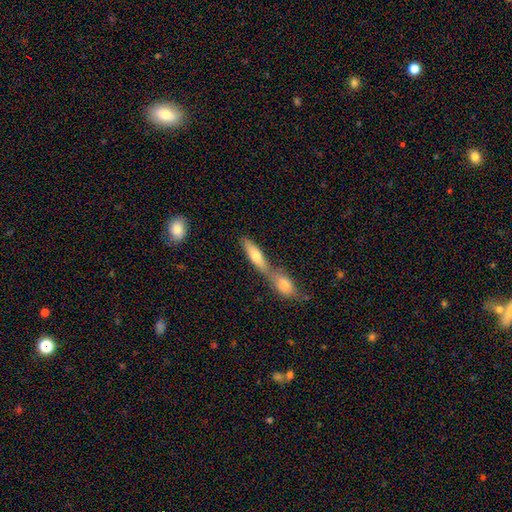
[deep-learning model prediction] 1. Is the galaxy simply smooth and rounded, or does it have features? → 66% smooth, 27% featured or disk, 7% star or artifact.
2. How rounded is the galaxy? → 56% cigar-shaped, 41% in between, 3% round.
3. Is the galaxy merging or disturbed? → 55% merger, 34% none, 7% minor disturbance, 3% major disturbance.